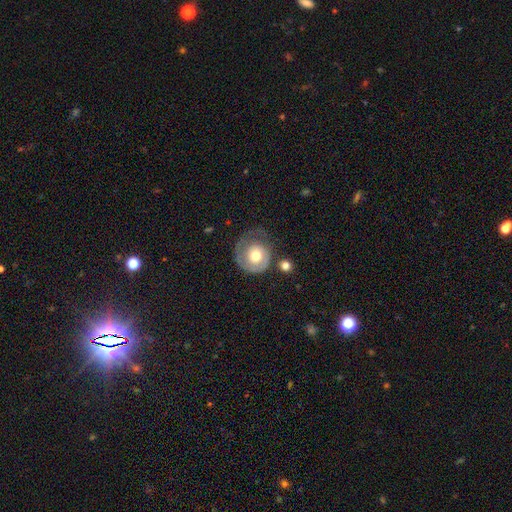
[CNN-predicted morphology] smooth-or-featured: featured or disk: 52% | smooth: 42% | star or artifact: 6%
  disk-edge-on: no: 97% | yes: 3%
    bar: no: 84% | weak: 14% | strong: 2%
    has-spiral-arms: yes: 67% | no: 33%
    bulge-size: moderate: 68% | large: 20% | small: 9% | dominant: 2% | none: 1%
  merging: none: 46% | major disturbance: 26% | minor disturbance: 23% | merger: 5%